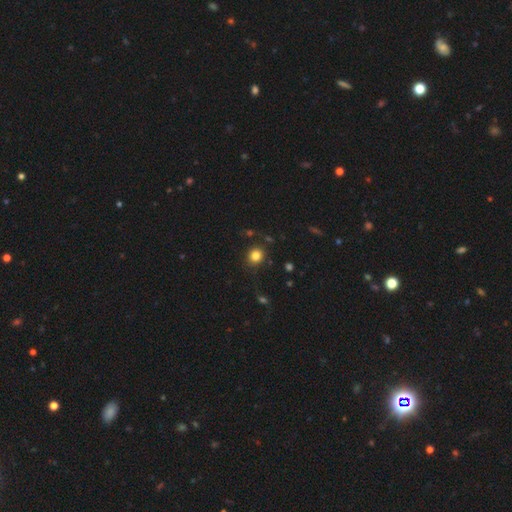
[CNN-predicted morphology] The model was most divided on "how rounded": round: 78%, in between: 21%, cigar-shaped: 1%. More confident: merging — none (85%); smooth or featured — smooth (83%).